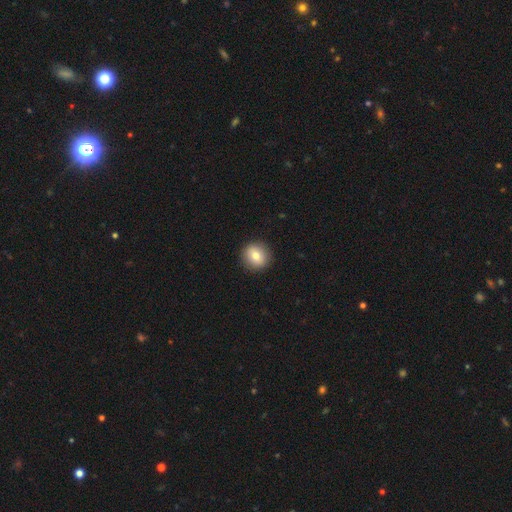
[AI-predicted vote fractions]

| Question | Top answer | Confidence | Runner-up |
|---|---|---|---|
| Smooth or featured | smooth | 77% | featured or disk (14%) |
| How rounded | round | 89% | in between (10%) |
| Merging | none | 91% | minor disturbance (6%) |